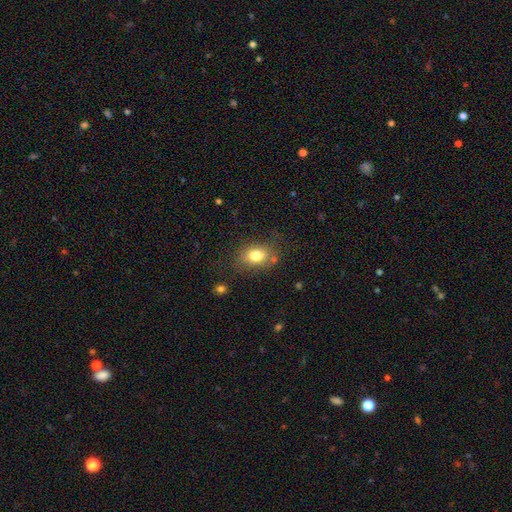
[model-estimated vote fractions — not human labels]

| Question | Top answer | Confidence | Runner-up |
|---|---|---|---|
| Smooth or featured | smooth | 78% | featured or disk (13%) |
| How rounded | in between | 72% | round (26%) |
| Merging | none | 73% | minor disturbance (17%) |